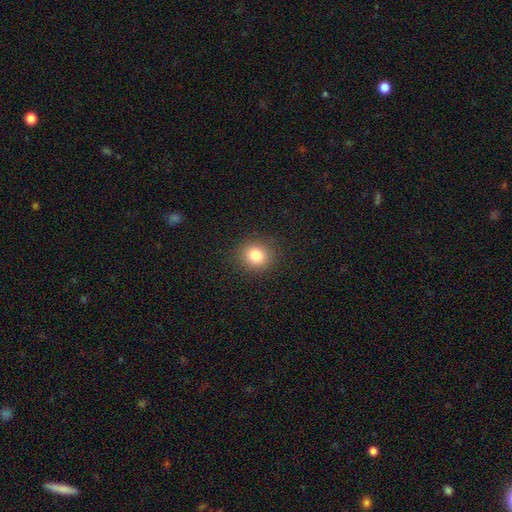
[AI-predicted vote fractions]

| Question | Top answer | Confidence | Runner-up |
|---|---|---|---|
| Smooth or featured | smooth | 81% | star or artifact (12%) |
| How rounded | round | 80% | in between (19%) |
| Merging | none | 90% | minor disturbance (7%) |